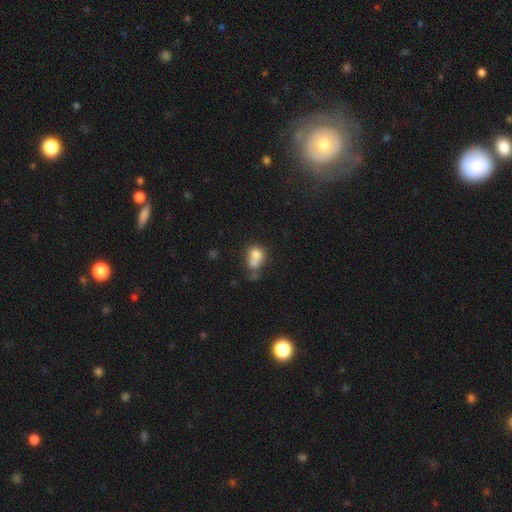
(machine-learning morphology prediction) Q: Smooth or featured?
A: smooth (70%); runner-up: featured or disk (19%)
Q: How rounded?
A: round (62%); runner-up: in between (37%)
Q: Merging?
A: merger (59%); runner-up: none (24%)